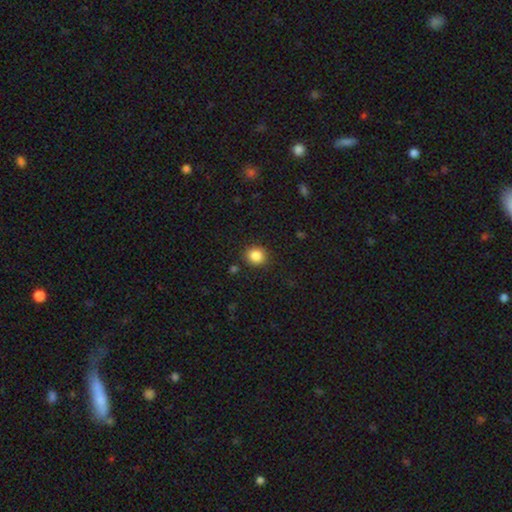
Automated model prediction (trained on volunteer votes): This appears to be a smooth galaxy with no disk features (86%) that is round (87%). Merging: none (88%).